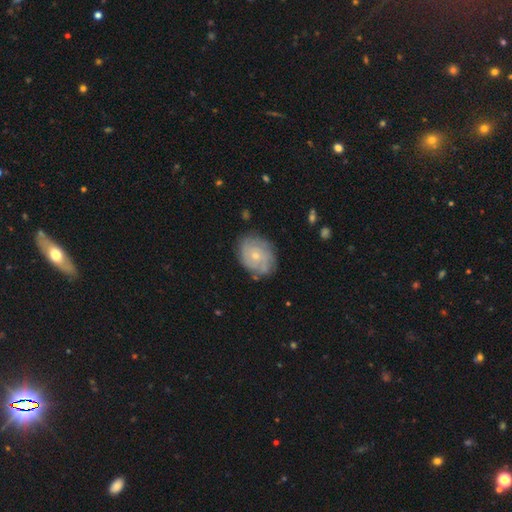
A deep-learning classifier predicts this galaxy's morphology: smooth_or_featured: featured or disk (p=0.64) [alt: smooth p=0.29]
disk_edge_on: no (p=0.97) [alt: yes p=0.03]
bar: no (p=0.83) [alt: weak p=0.15]
has_spiral_arms: yes (p=0.80) [alt: no p=0.20]
bulge_size: small (p=0.68) [alt: moderate p=0.29]
merging: none (p=0.73) [alt: minor disturbance p=0.19]